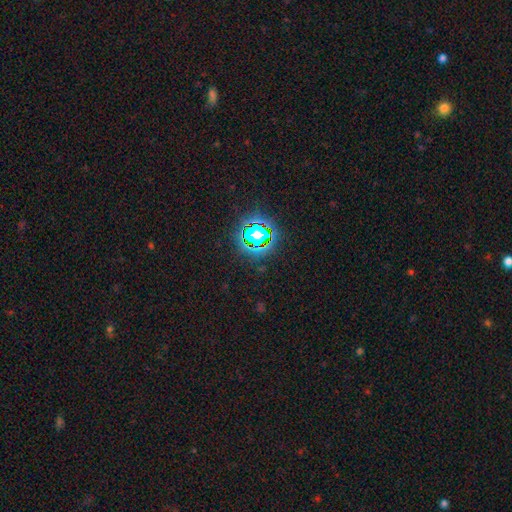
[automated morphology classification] Smooth or featured: star or artifact — 80% (smooth — 13%)